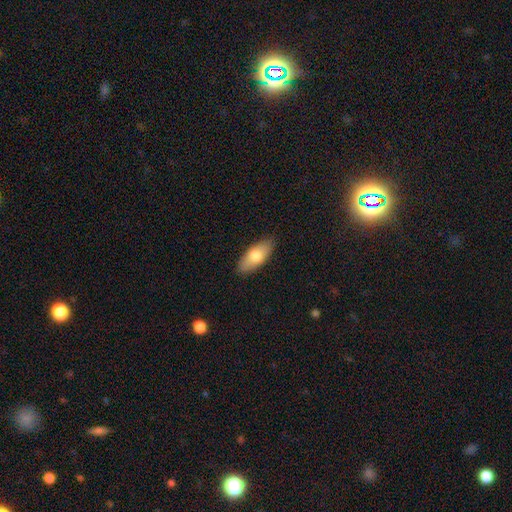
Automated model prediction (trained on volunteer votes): Smooth or featured? Predicted: smooth (p=0.75). How rounded? Predicted: in between (p=0.81). Merging? Predicted: none (p=0.87).